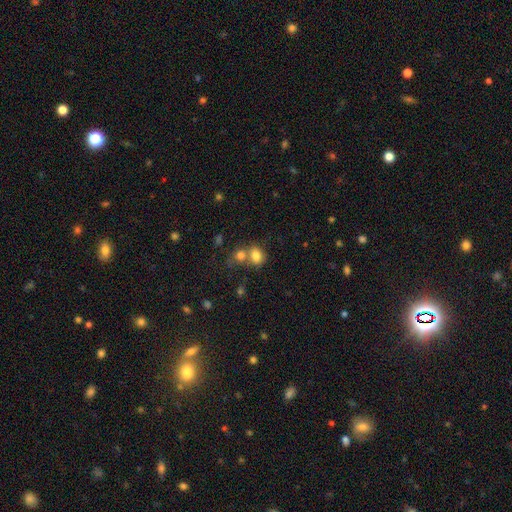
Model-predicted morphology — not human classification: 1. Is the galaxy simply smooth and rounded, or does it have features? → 80% smooth, 11% star or artifact, 9% featured or disk.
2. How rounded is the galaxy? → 55% in between, 44% round, 1% cigar-shaped.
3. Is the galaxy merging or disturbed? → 43% merger, 42% none, 11% minor disturbance, 4% major disturbance.